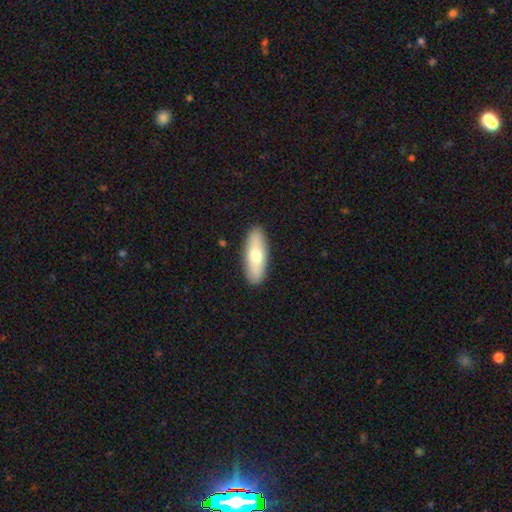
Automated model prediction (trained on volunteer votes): smooth-or-featured: smooth: 65% | featured or disk: 29% | star or artifact: 6%
  how-rounded: in between: 65% | cigar-shaped: 32% | round: 3%
  merging: none: 90% | minor disturbance: 7% | major disturbance: 2% | merger: 1%